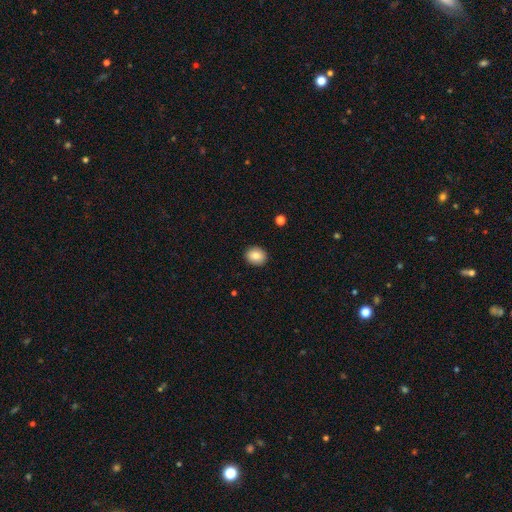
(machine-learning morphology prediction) The model was most divided on "how rounded": round: 64%, in between: 35%, cigar-shaped: 1%. More confident: merging — none (90%); smooth or featured — smooth (84%).